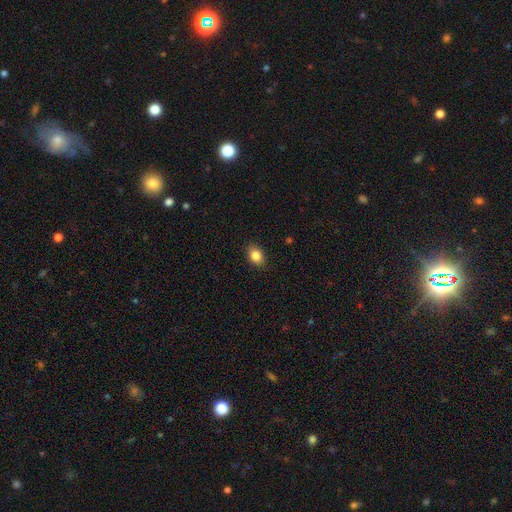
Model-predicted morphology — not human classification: Overall: smooth (85%). How rounded: in between (75%). Merging: none (87%).